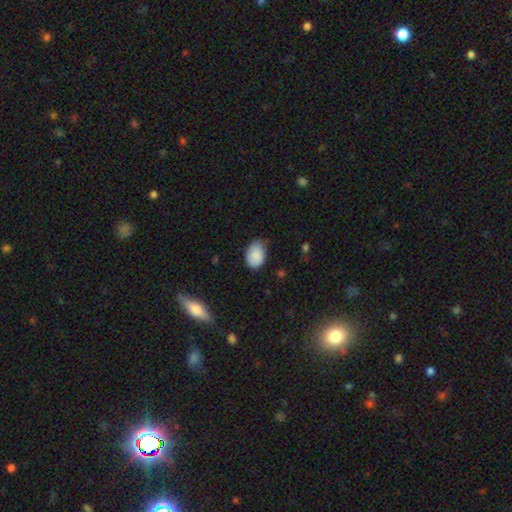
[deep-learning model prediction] A smooth galaxy with no disk features (88%) that is in between round and cigar-shaped (81%).

Vote fractions:
- Smooth or featured? smooth: 88% / star or artifact: 7% / featured or disk: 5%
- How rounded? in between: 81% / round: 18% / cigar-shaped: 1%
- Merging? none: 65% / minor disturbance: 30% / major disturbance: 4% / merger: 1%